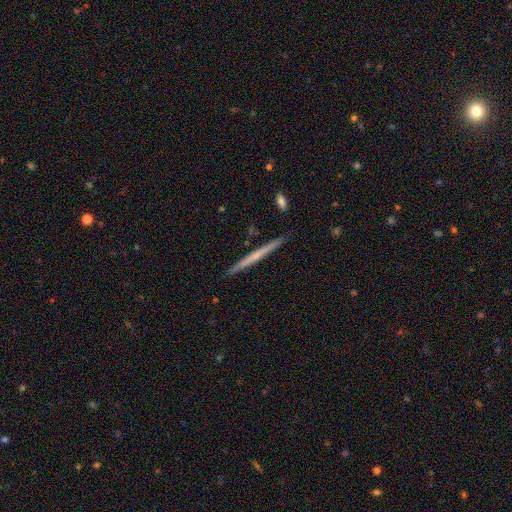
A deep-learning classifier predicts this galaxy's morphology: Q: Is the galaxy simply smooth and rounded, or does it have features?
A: featured or disk — 55%.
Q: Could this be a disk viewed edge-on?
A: yes — 98%.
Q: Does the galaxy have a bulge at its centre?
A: none — 78%.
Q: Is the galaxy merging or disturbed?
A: none — 91%.